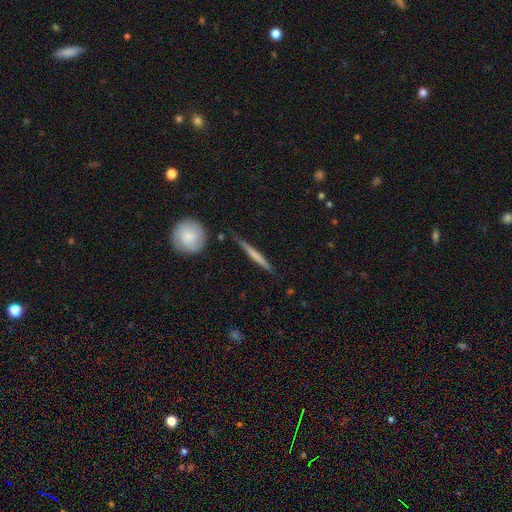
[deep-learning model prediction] Overall: smooth (50%; featured or disk 45%). Merging: none (81%).